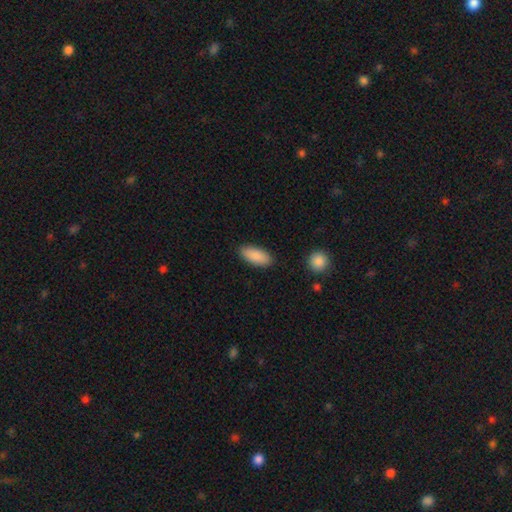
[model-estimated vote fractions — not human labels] Q: Smooth or featured?
A: smooth (89%); runner-up: star or artifact (6%)
Q: How rounded?
A: in between (84%); runner-up: cigar-shaped (14%)
Q: Merging?
A: none (87%); runner-up: minor disturbance (9%)